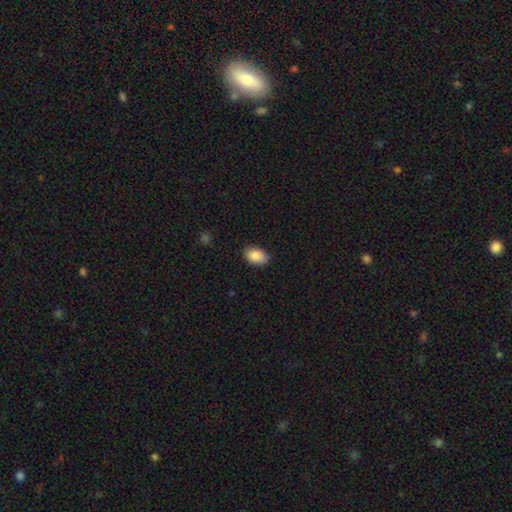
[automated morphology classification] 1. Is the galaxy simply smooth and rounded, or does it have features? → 88% smooth, 7% star or artifact, 5% featured or disk.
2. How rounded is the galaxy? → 86% in between, 13% round, 1% cigar-shaped.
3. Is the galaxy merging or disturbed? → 82% none, 15% minor disturbance, 3% major disturbance, 1% merger.